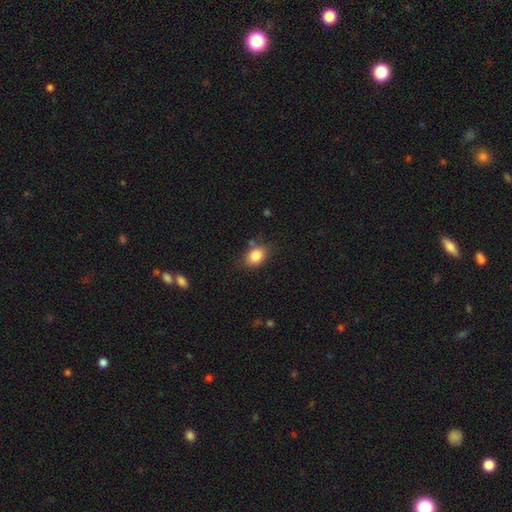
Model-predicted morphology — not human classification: smooth-or-featured: smooth: 84% | star or artifact: 9% | featured or disk: 7%
  how-rounded: in between: 71% | round: 27% | cigar-shaped: 1%
  merging: none: 74% | minor disturbance: 17% | merger: 5% | major disturbance: 4%